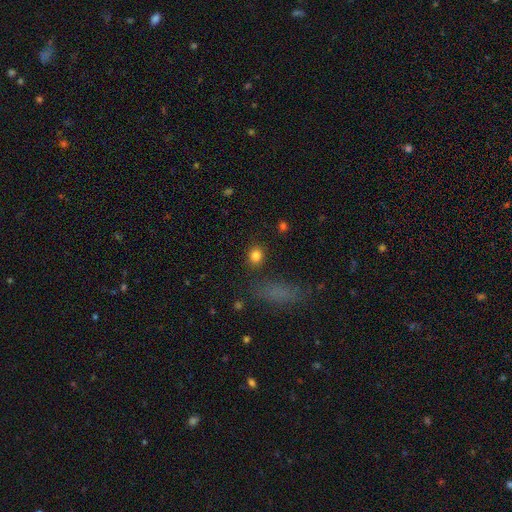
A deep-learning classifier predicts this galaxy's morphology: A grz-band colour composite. It shows a smooth galaxy with no disk features (83%) that is round (79%). Merging: none (85%).